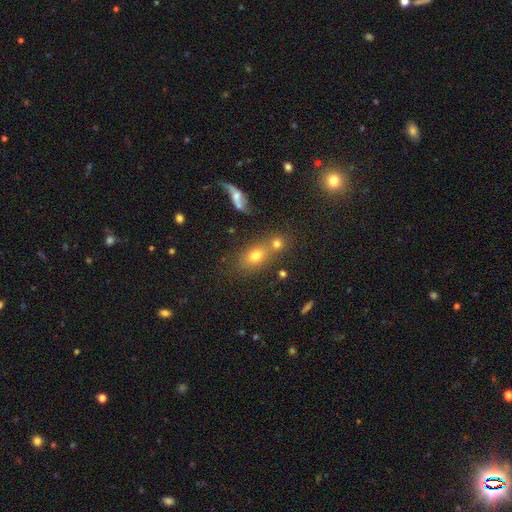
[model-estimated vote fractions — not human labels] Overall: smooth (66%). How rounded: in between (67%; round 29%). Merging: none (50%; merger 32%).